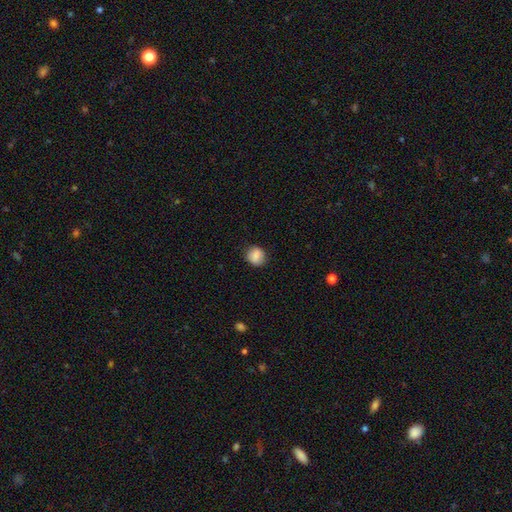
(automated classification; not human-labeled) Smooth or featured? Predicted: smooth (p=0.85). How rounded? Predicted: round (p=0.79). Merging? Predicted: none (p=0.85).